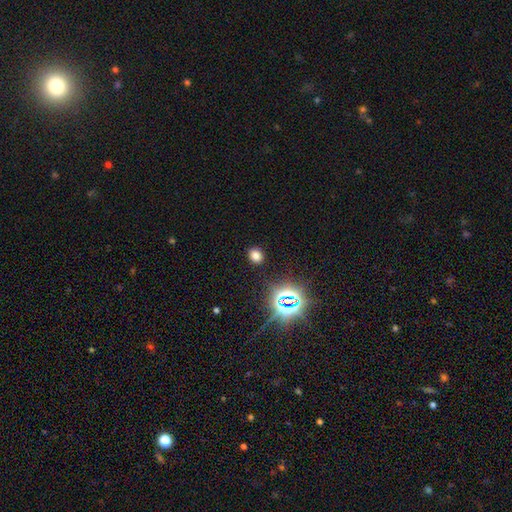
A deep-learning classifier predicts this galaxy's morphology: The model was most divided on "how rounded": round: 59%, in between: 40%, cigar-shaped: 1%. More confident: merging — none (89%); smooth or featured — smooth (71%).